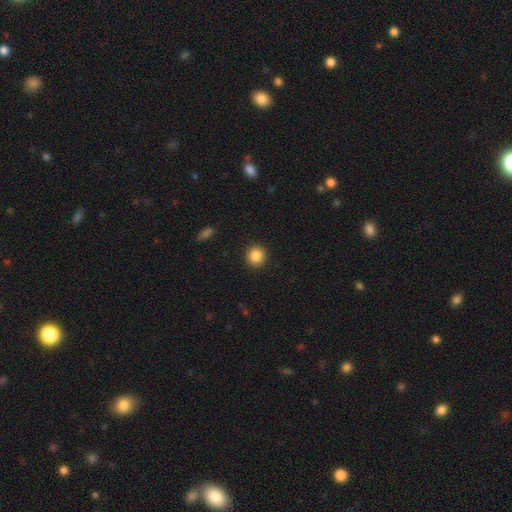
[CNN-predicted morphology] Smooth or featured? smooth (87%)
How rounded? round (91%)
Merging? none (92%)